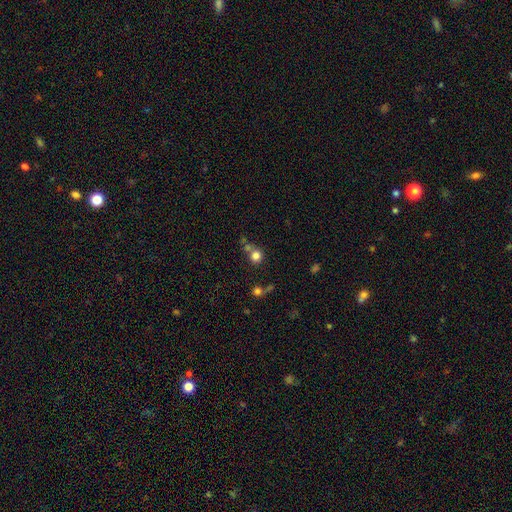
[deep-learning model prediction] Smooth or featured?
  - smooth: 79% *
  - star or artifact: 13%
  - featured or disk: 8%
How rounded?
  - round: 87% *
  - in between: 12%
  - cigar-shaped: 1%
Merging?
  - none: 58% *
  - merger: 26%
  - minor disturbance: 10%
  - major disturbance: 6%